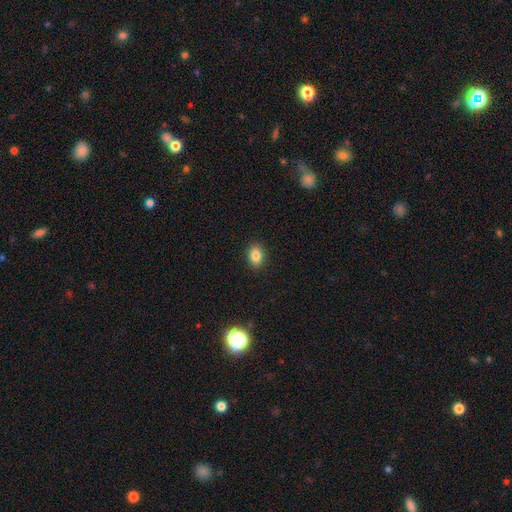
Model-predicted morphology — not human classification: Smooth or featured? smooth (85%)
How rounded? in between (76%)
Merging? none (89%)